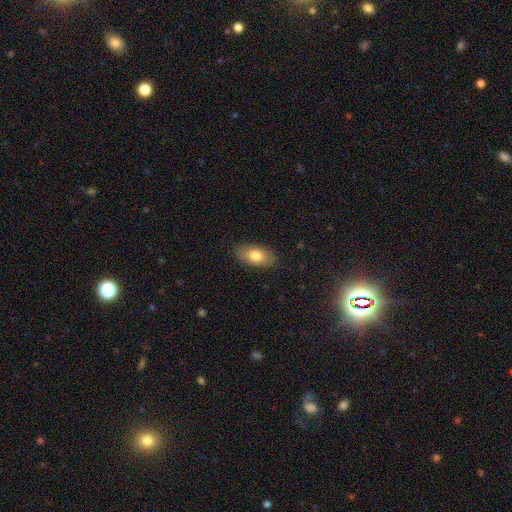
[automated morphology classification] Smooth or featured? Predicted: smooth (p=0.78). How rounded? Predicted: in between (p=0.92). Merging? Predicted: none (p=0.84).